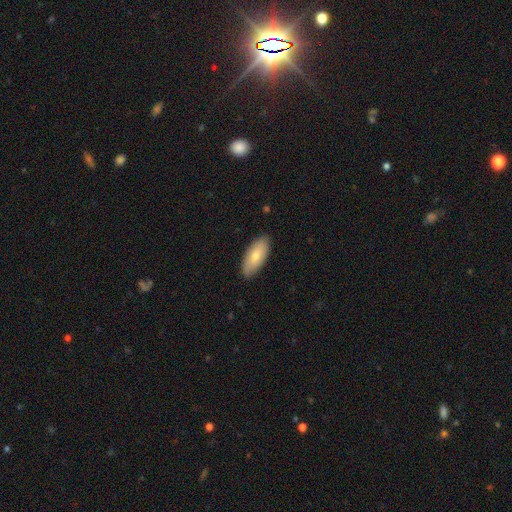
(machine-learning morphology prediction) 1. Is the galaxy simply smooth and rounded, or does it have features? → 74% smooth, 20% featured or disk, 6% star or artifact.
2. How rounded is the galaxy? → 88% in between, 10% cigar-shaped, 2% round.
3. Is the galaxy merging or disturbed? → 85% none, 12% minor disturbance, 2% major disturbance, 1% merger.